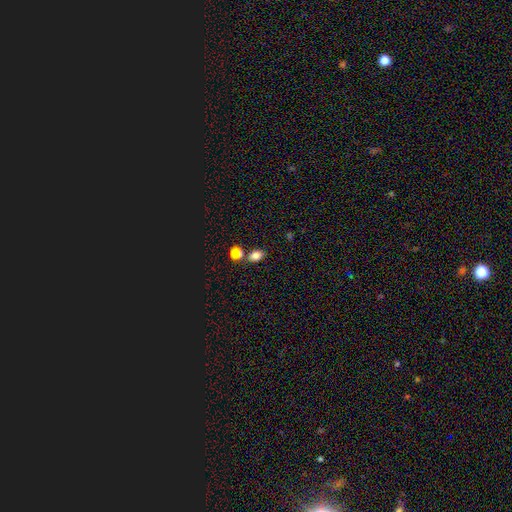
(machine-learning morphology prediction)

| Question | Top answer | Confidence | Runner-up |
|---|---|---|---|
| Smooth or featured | smooth | 81% | star or artifact (11%) |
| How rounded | in between | 78% | round (20%) |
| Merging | none | 62% | merger (25%) |